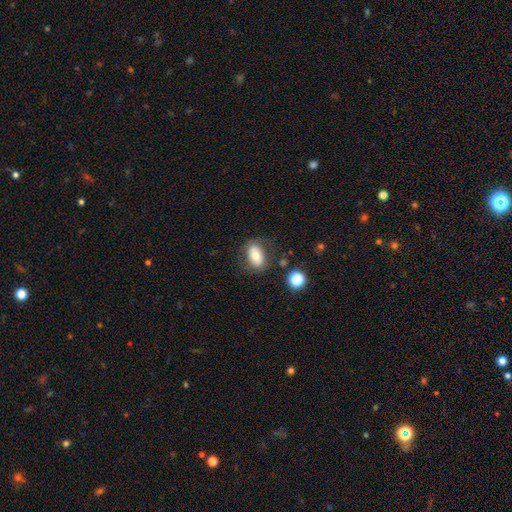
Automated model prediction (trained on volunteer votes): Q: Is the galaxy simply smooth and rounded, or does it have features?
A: smooth — 68%.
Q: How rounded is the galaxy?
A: in between — 87%.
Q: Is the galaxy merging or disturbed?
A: none — 72%.